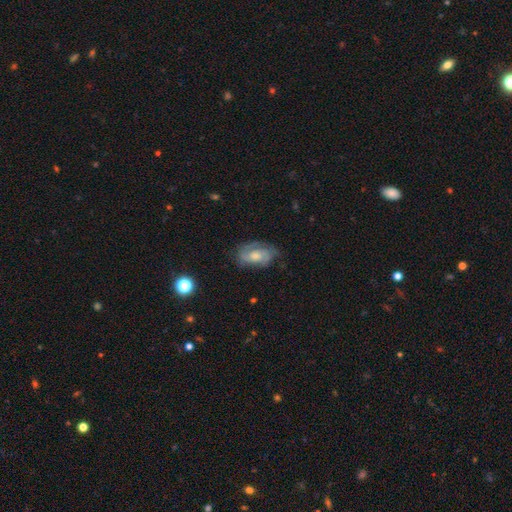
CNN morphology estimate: This is likely a featured or disk galaxy (64%). It is clearly not viewed edge-on (95%). Bar: likely no (67%). Spiral arm pattern: clearly yes (85%). Spiral arm count: possibly 2 (49%). Spiral winding: marginally tight (44%). Central bulge: possibly moderate (50%). Merging: likely none (62%).